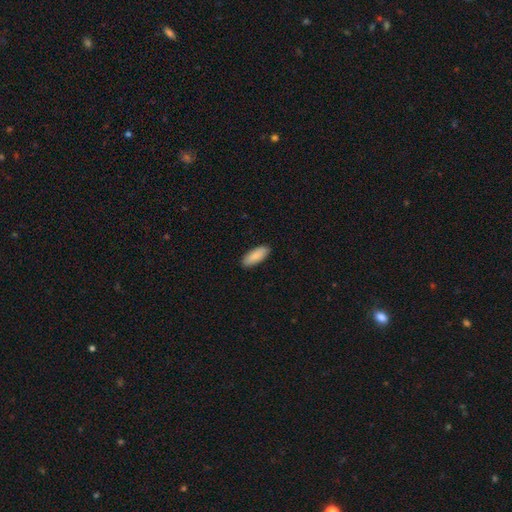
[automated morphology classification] smooth_or_featured: smooth (p=0.89) [alt: featured or disk p=0.06]
how_rounded: in between (p=0.78) [alt: cigar-shaped p=0.20]
merging: none (p=0.90) [alt: minor disturbance p=0.08]